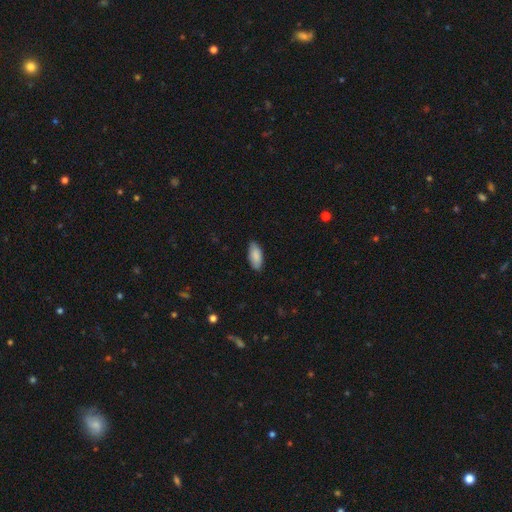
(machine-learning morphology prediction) This appears to be a smooth galaxy with no disk features (88%) that is in between round and cigar-shaped (89%). Merging: none (84%).